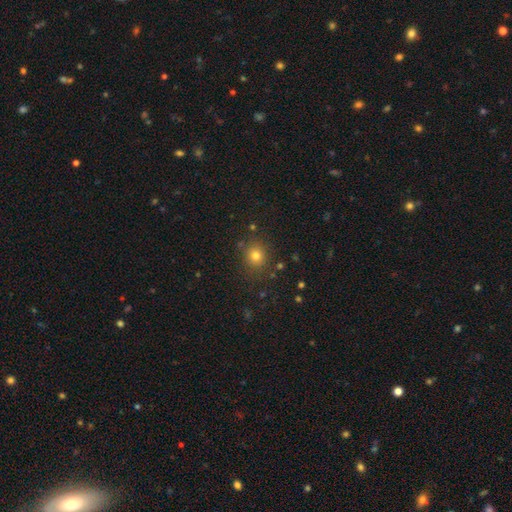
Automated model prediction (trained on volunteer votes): Overall: smooth (77%). How rounded: round (85%). Merging: none (85%).